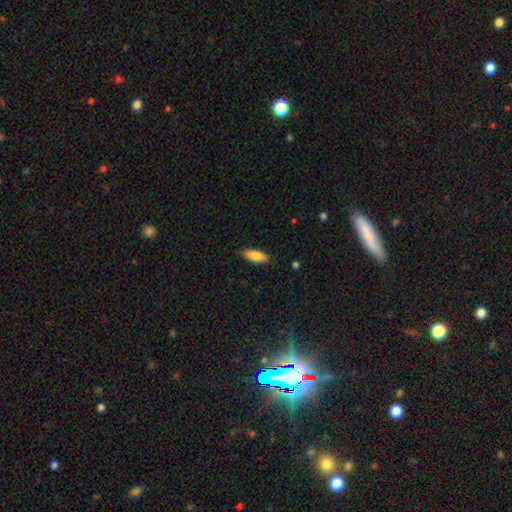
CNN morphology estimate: Smooth or featured? smooth (84%)
How rounded? in between (72%)
Merging? none (84%)